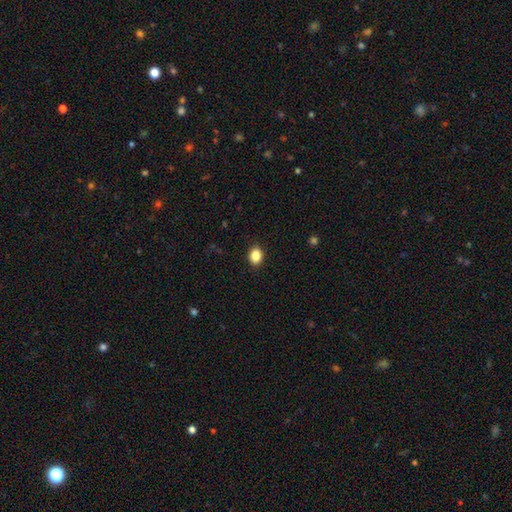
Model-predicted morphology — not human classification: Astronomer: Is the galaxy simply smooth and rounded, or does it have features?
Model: smooth — 86%.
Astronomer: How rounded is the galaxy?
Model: in between — 53% (runner-up: round, 46%).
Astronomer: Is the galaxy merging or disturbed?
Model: none — 90%.